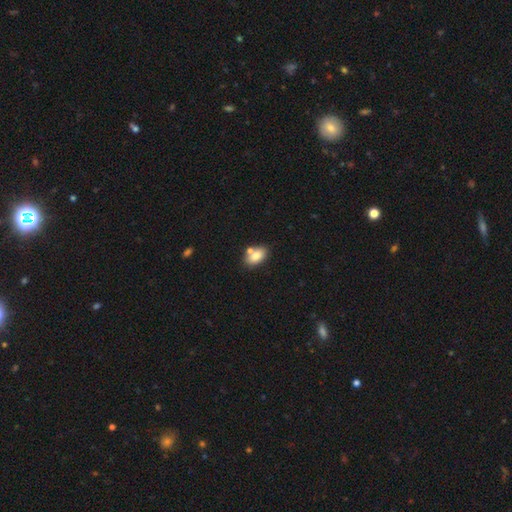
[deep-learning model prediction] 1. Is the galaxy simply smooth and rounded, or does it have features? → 79% smooth, 12% featured or disk, 8% star or artifact.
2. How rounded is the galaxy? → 89% in between, 8% round, 2% cigar-shaped.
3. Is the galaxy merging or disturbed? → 60% none, 22% merger, 14% minor disturbance, 3% major disturbance.